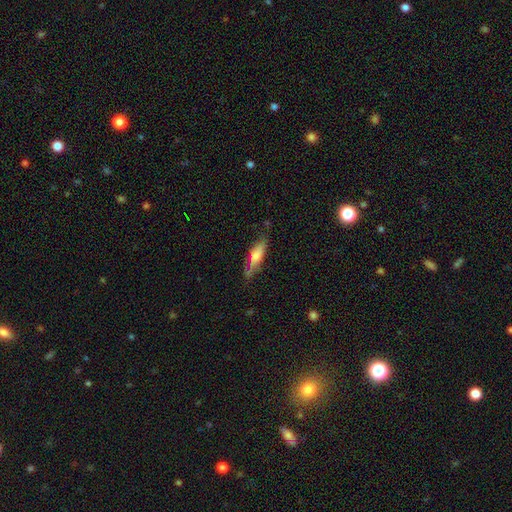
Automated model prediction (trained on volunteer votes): Overall: smooth (62%; featured or disk 31%). How rounded: cigar-shaped (58%; in between 40%). Merging: none (66%).